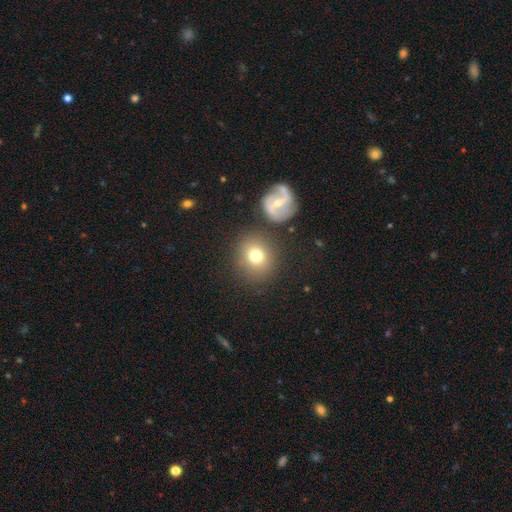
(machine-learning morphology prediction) This is likely a smooth galaxy (75%). How rounded: clearly round (82%). Merging: likely none (76%).